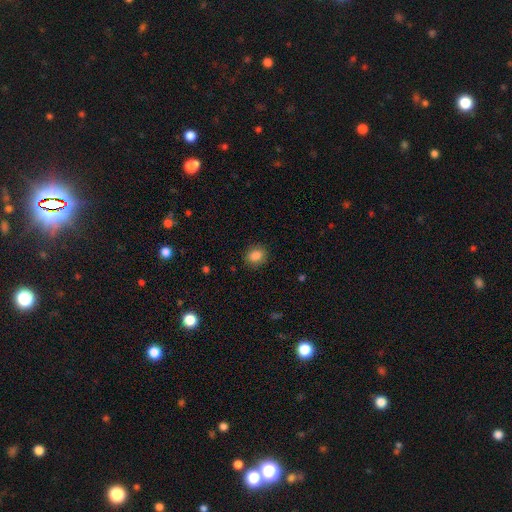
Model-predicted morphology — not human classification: Overall: smooth (85%). How rounded: round (58%; in between 41%). Merging: none (88%).